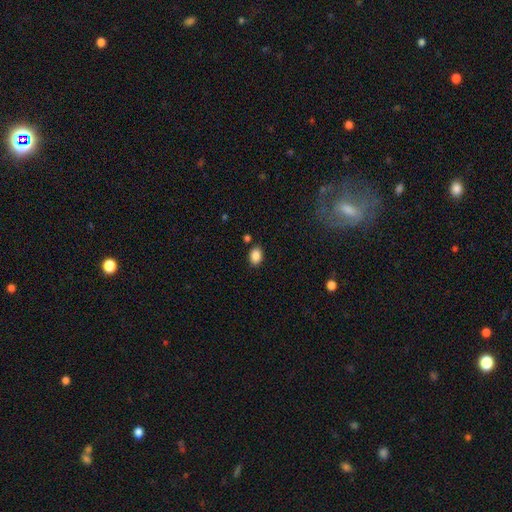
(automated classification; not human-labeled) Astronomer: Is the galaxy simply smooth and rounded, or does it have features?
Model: smooth — 88%.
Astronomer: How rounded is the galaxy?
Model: in between — 79%.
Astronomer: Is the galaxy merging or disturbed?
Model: none — 83%.